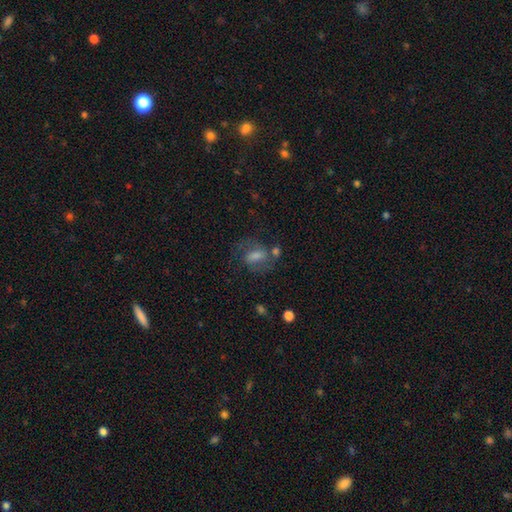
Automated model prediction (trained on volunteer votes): Smooth or featured? Predicted: featured or disk (p=0.46). Merging? Predicted: none (p=0.53).